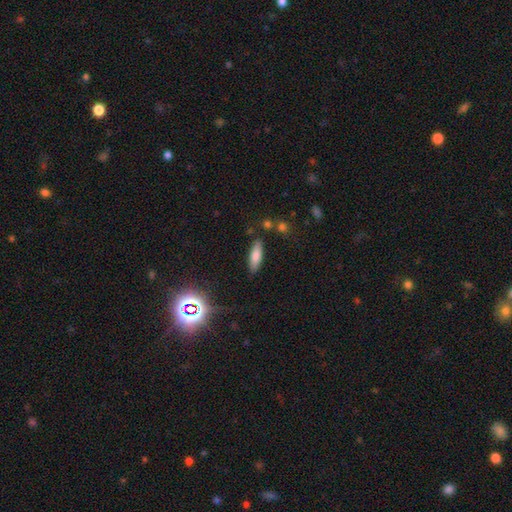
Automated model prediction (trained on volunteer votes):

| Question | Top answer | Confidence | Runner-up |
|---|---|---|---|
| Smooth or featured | smooth | 75% | featured or disk (16%) |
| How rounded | in between | 53% | cigar-shaped (45%) |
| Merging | none | 83% | minor disturbance (12%) |